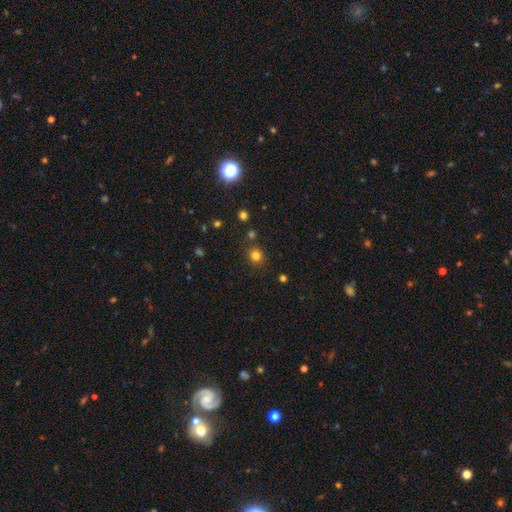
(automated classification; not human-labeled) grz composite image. It shows a smooth galaxy with no disk features (79%) that is round (80%). Merging: none (82%).